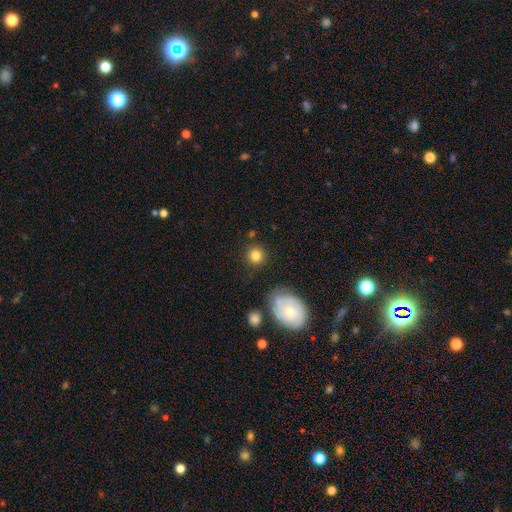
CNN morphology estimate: A smooth galaxy with no disk features (82%) that is round (89%).

Vote fractions:
- Smooth or featured? smooth: 82% / star or artifact: 10% / featured or disk: 8%
- How rounded? round: 89% / in between: 10% / cigar-shaped: 1%
- Merging? none: 82% / minor disturbance: 9% / merger: 5% / major disturbance: 3%